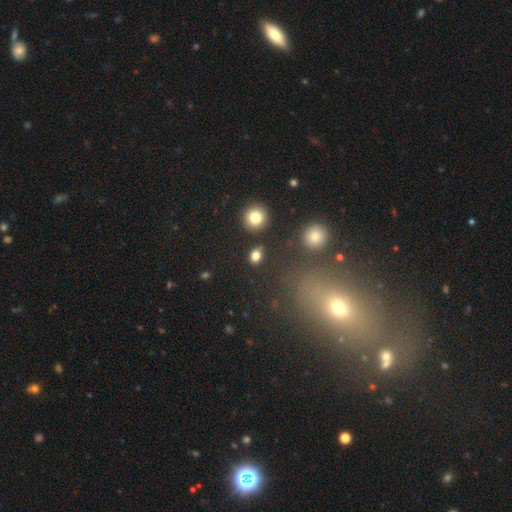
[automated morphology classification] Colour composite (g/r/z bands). It shows a smooth galaxy with no disk features (81%) that is in between round and cigar-shaped (50%). Merging: none (84%).